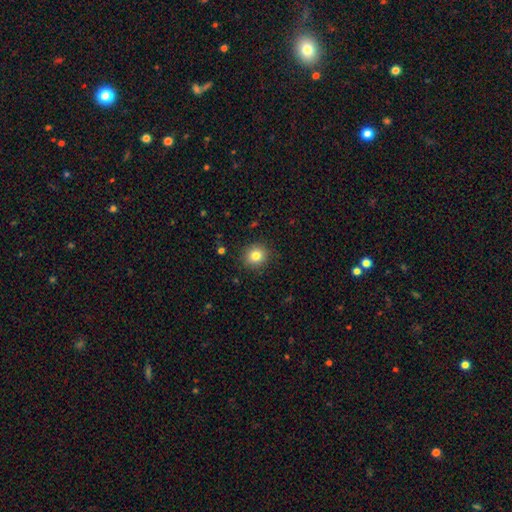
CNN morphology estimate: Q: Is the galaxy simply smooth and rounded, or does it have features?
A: smooth — 82%.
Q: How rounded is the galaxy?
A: round — 87%.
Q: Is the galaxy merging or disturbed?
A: none — 89%.